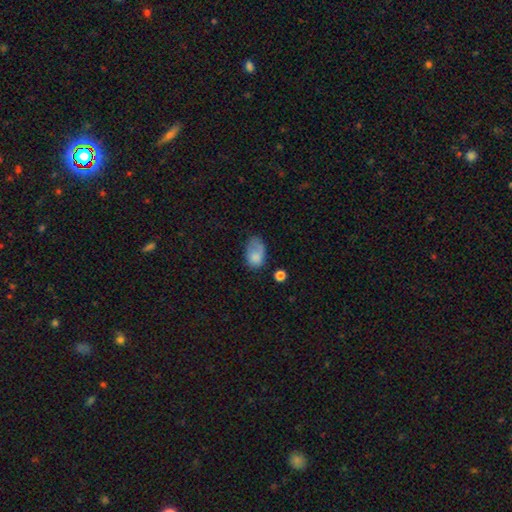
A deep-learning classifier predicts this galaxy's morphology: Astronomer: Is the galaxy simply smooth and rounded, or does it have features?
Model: smooth — 77%.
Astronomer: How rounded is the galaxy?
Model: in between — 85%.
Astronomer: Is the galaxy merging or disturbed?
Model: none — 36% (runner-up: minor disturbance, 34%).